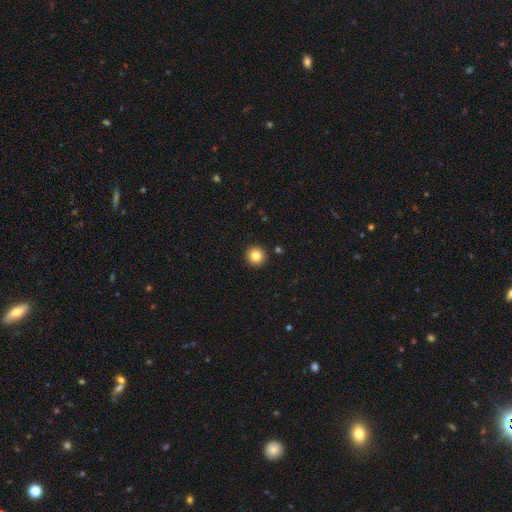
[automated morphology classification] A smooth galaxy with no disk features (83%) that is round (96%).

Vote fractions:
- Smooth or featured? smooth: 83% / star or artifact: 11% / featured or disk: 7%
- How rounded? round: 96% / in between: 3% / cigar-shaped: 1%
- Merging? none: 93% / minor disturbance: 4% / merger: 2% / major disturbance: 2%